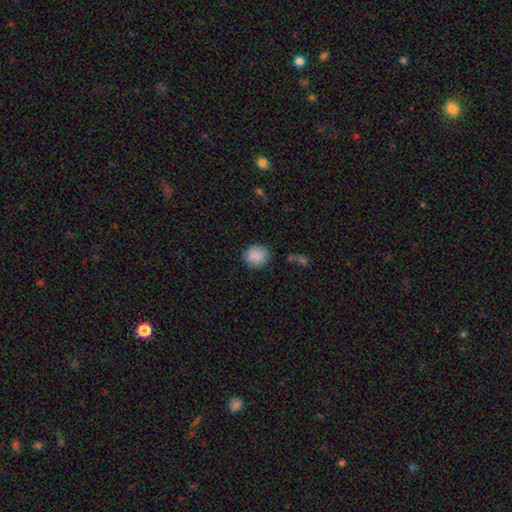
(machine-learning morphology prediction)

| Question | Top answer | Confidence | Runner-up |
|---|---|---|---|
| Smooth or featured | smooth | 88% | star or artifact (8%) |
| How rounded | round | 84% | in between (15%) |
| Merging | none | 83% | minor disturbance (12%) |